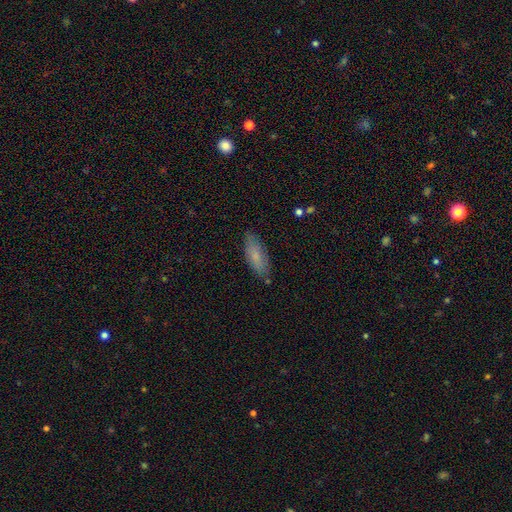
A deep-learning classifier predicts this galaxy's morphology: Q: Smooth or featured?
A: smooth (74%); runner-up: featured or disk (19%)
Q: How rounded?
A: in between (65%); runner-up: cigar-shaped (33%)
Q: Merging?
A: none (80%); runner-up: minor disturbance (15%)